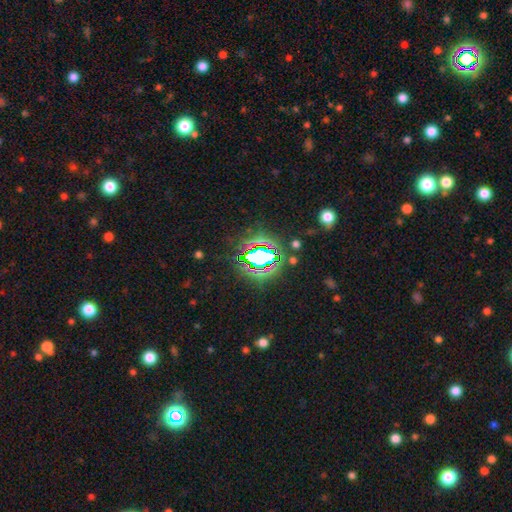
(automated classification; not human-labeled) Q: Smooth or featured?
A: star or artifact (74%); runner-up: smooth (15%)